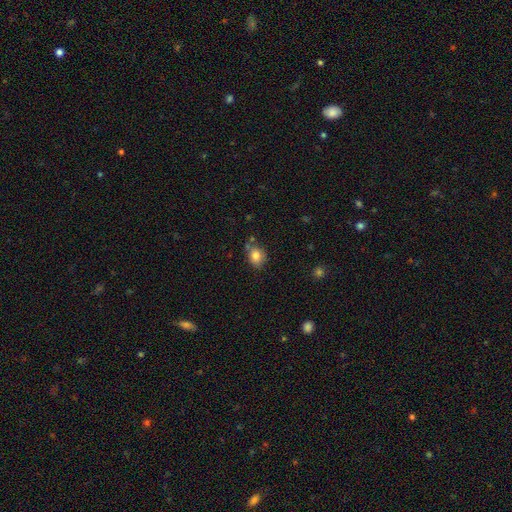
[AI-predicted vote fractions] Morphology: type=smooth (82%); roundness=round (55%); merging=none (67%).